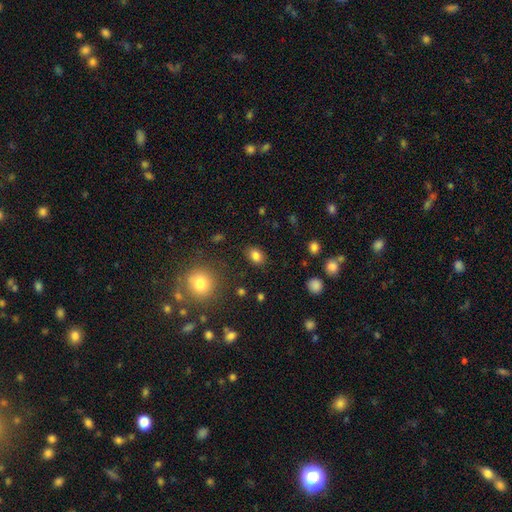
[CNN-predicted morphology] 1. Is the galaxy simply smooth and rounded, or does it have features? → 83% smooth, 11% star or artifact, 6% featured or disk.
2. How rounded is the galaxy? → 72% in between, 27% round, 1% cigar-shaped.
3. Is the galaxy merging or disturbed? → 85% none, 10% minor disturbance, 3% major disturbance, 2% merger.